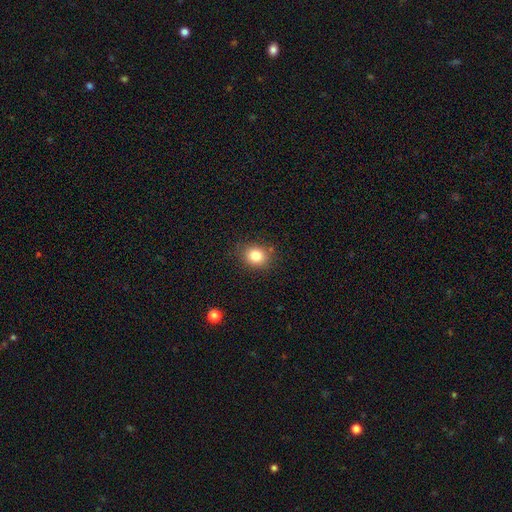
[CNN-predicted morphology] Smooth or featured?
  - smooth: 82% *
  - star or artifact: 11%
  - featured or disk: 7%
How rounded?
  - round: 67% *
  - in between: 32%
  - cigar-shaped: 1%
Merging?
  - none: 83% *
  - minor disturbance: 12%
  - major disturbance: 3%
  - merger: 2%